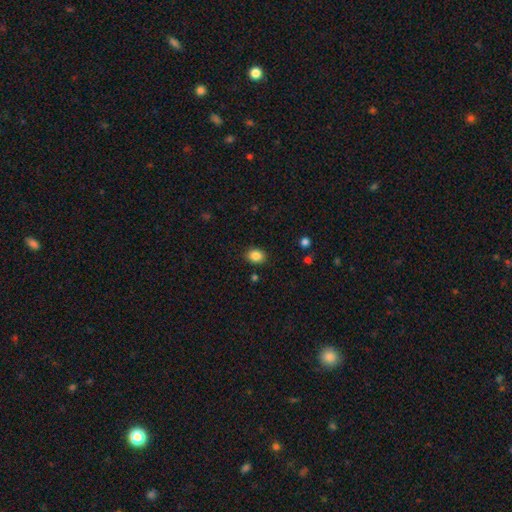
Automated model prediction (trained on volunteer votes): A smooth galaxy with no disk features (85%) that is in between round and cigar-shaped (52%).

Vote fractions:
- Smooth or featured? smooth: 85% / star or artifact: 10% / featured or disk: 5%
- How rounded? in between: 52% / round: 47% / cigar-shaped: 1%
- Merging? none: 87% / minor disturbance: 9% / major disturbance: 2% / merger: 2%